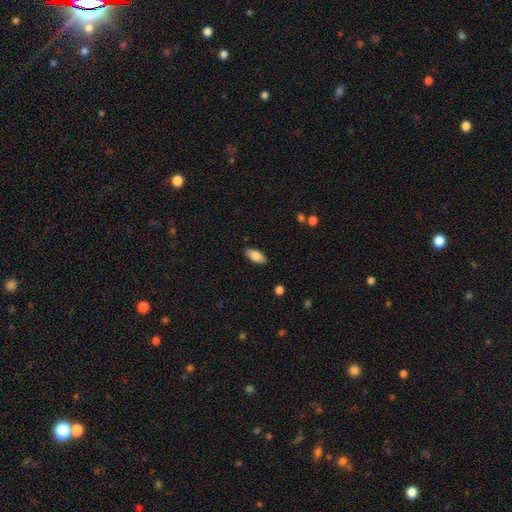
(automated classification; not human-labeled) Morphology: type=smooth (83%); roundness=in between (87%); merging=none (87%).